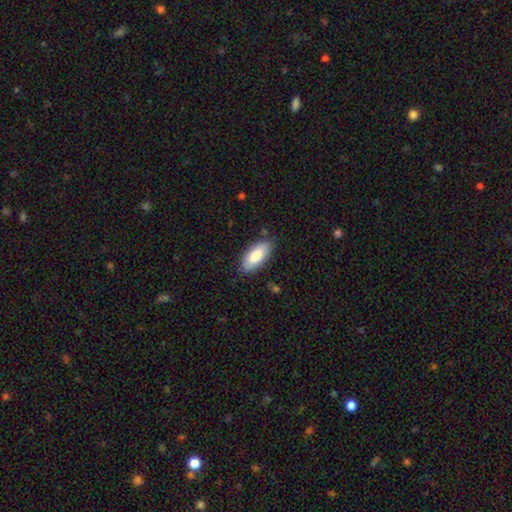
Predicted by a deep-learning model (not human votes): Q: Smooth or featured?
A: smooth (83%); runner-up: featured or disk (11%)
Q: How rounded?
A: in between (89%); runner-up: cigar-shaped (10%)
Q: Merging?
A: none (81%); runner-up: minor disturbance (15%)